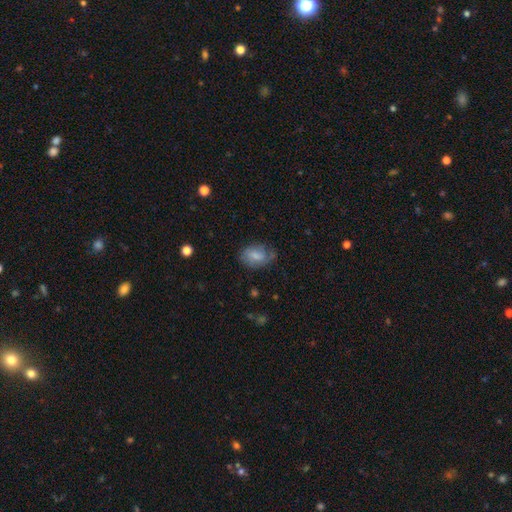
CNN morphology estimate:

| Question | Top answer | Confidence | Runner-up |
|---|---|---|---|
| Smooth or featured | smooth | 66% | featured or disk (26%) |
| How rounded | in between | 84% | round (14%) |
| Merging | none | 58% | minor disturbance (30%) |